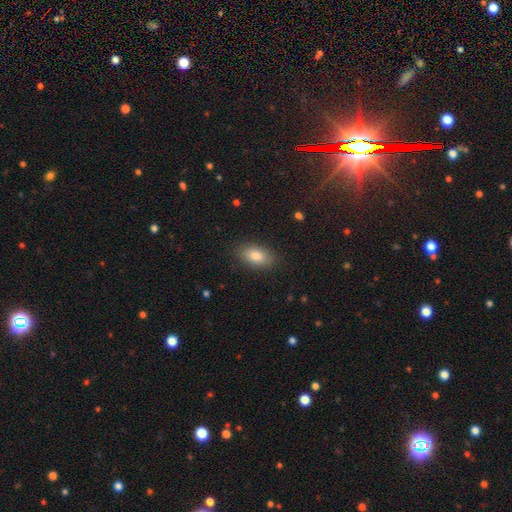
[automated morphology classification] Smooth or featured? Predicted: smooth (p=0.84). How rounded? Predicted: in between (p=0.91). Merging? Predicted: none (p=0.87).